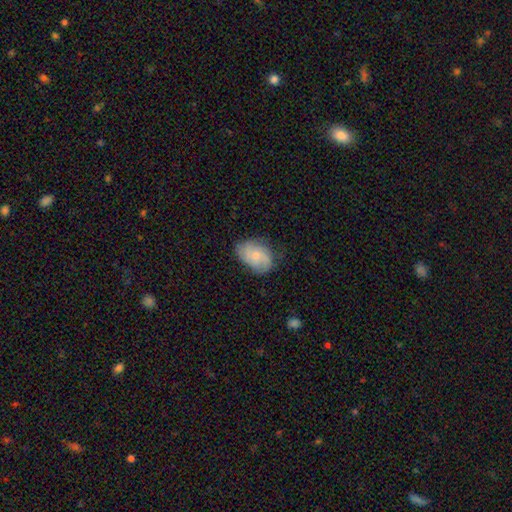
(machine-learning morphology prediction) The model was most divided on "smooth or featured": featured or disk: 51%, smooth: 42%, star or artifact: 7%. More confident: edge-on disk — no (97%); merging — none (68%).